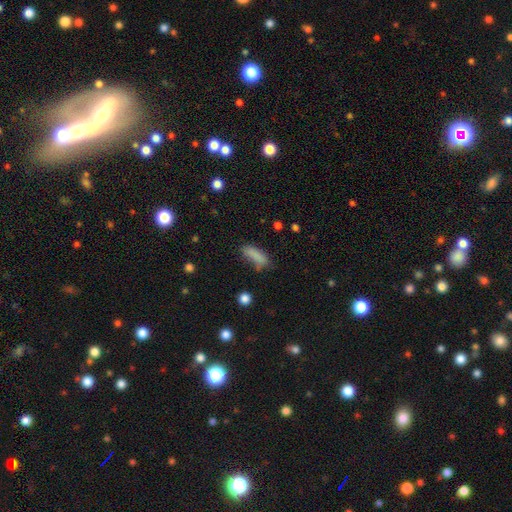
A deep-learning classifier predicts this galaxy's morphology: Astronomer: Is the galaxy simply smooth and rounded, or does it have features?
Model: smooth — 82%.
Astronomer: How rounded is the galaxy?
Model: in between — 65%.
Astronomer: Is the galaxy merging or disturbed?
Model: none — 54%.